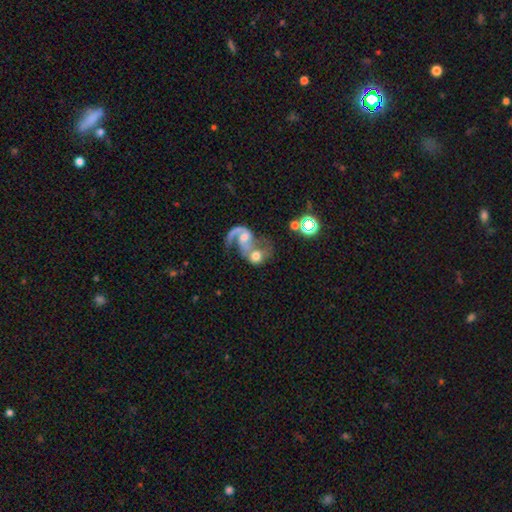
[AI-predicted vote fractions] Q: Smooth or featured?
A: featured or disk (59%); runner-up: smooth (30%)
Q: Edge-on disk?
A: no (97%); runner-up: yes (3%)
Q: Bar?
A: no (61%); runner-up: weak (30%)
Q: Spiral arms?
A: yes (77%); runner-up: no (23%)
Q: Bulge size?
A: moderate (46%); runner-up: small (24%)
Q: Merging?
A: merger (74%); runner-up: none (11%)